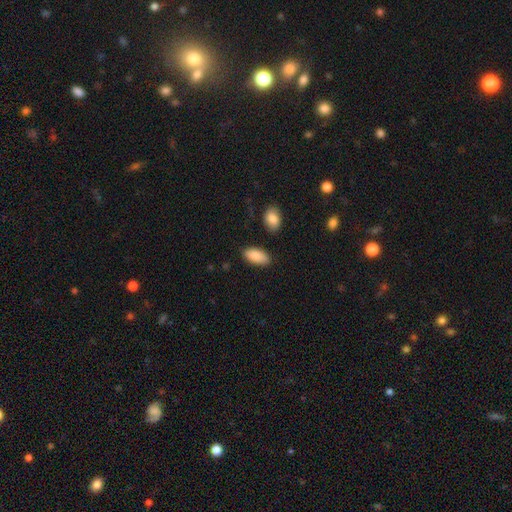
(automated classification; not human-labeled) Smooth or featured: smooth — 89% (star or artifact — 6%)
How rounded: in between — 92% (cigar-shaped — 6%)
Merging: none — 85% (minor disturbance — 11%)